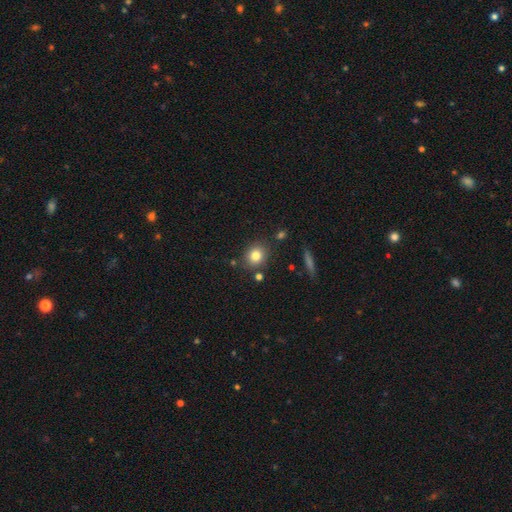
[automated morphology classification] A smooth galaxy with no disk features (81%) that is round (70%). Merging: none (81%).